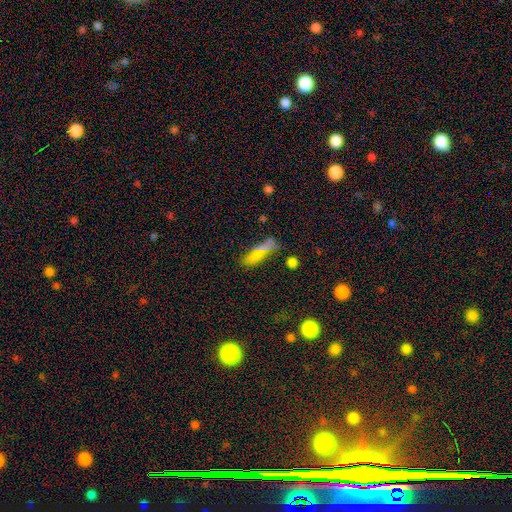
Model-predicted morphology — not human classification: Overall: smooth (68%). How rounded: cigar-shaped (55%; in between 40%). Merging: none (69%).